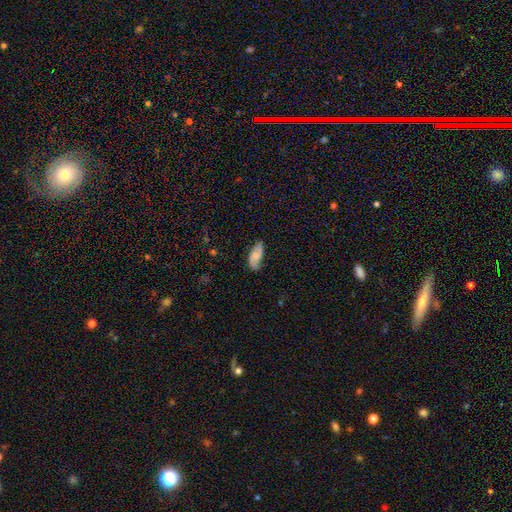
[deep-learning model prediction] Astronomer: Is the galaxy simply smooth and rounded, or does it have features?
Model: smooth — 52% (runner-up: featured or disk, 41%).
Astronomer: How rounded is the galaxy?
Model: in between — 88%.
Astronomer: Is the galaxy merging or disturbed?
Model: none — 66%.